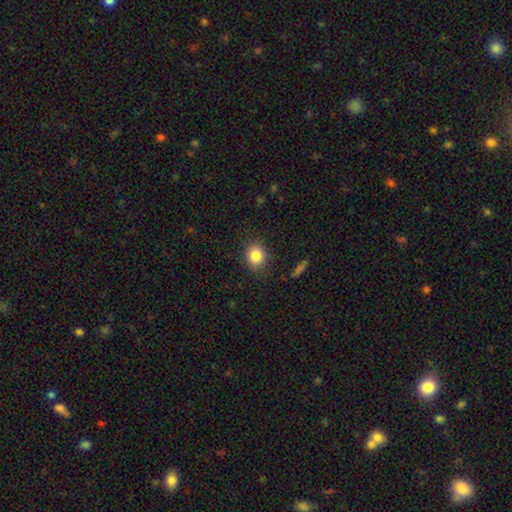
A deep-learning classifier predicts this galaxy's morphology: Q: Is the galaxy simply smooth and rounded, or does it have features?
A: smooth — 84%.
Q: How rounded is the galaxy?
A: round — 64%.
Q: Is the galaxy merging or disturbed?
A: none — 86%.